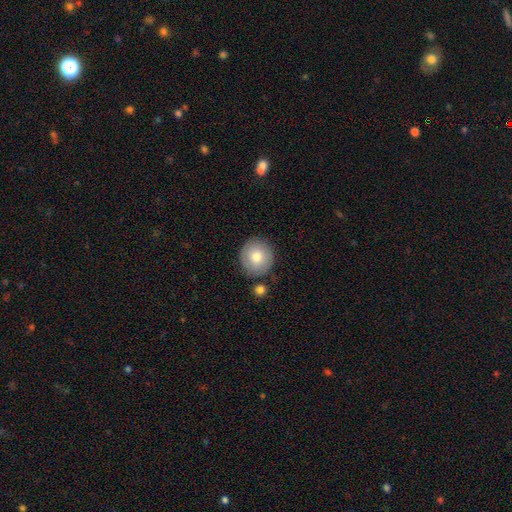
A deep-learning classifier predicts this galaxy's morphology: The model was most divided on "smooth or featured": smooth: 78%, featured or disk: 15%, star or artifact: 8%. More confident: how rounded — round (93%); merging — none (83%).